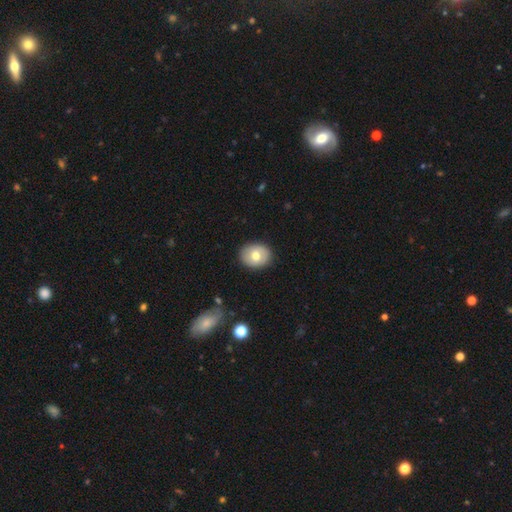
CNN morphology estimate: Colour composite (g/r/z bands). It shows a smooth galaxy with no disk features (67%) that is round (54%). Merging: none (88%).